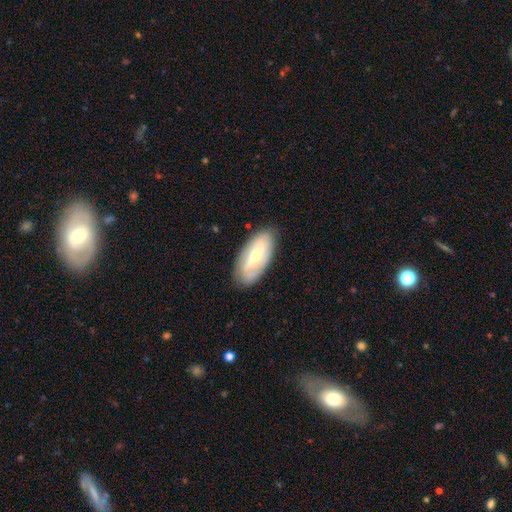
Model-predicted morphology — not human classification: Overall: featured or disk (61%; smooth 34%). Edge-on disk: no (86%). Bar: strong (41%; weak 35%). Spiral arms: yes (61%; no 39%). Bulge size: moderate (48%; small 47%). Merging: none (83%).